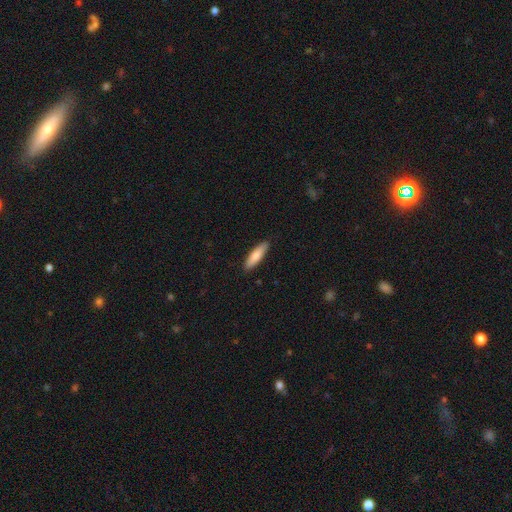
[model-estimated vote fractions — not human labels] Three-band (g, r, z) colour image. It shows a smooth galaxy with no disk features (80%) that is cigar-shaped (67%). Merging: none (89%).